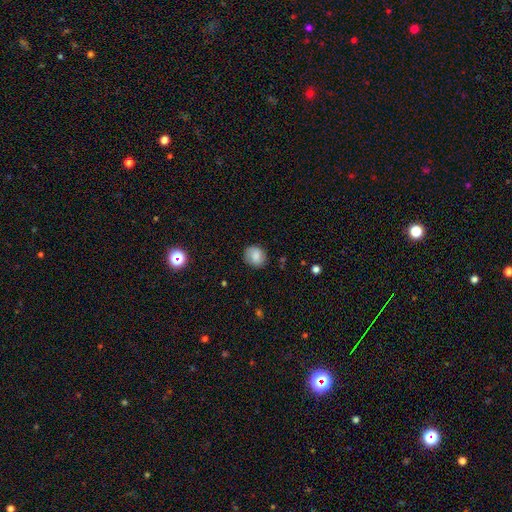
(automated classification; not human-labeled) The model was most divided on "how rounded": round: 70%, in between: 29%, cigar-shaped: 1%. More confident: smooth or featured — smooth (81%); merging — none (81%).